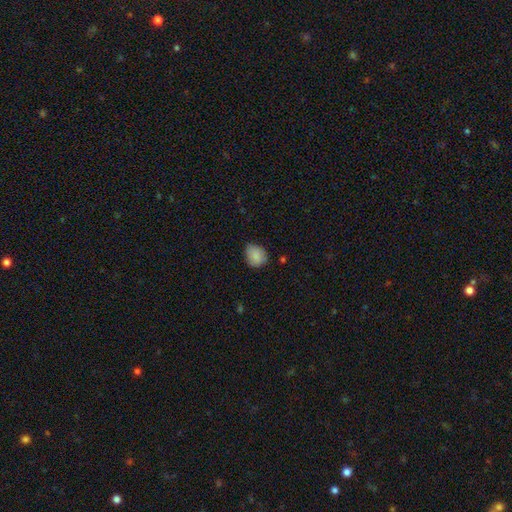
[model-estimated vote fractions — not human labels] A smooth galaxy with no disk features (85%) that is round (62%).

Vote fractions:
- Smooth or featured? smooth: 85% / star or artifact: 8% / featured or disk: 6%
- How rounded? round: 62% / in between: 37% / cigar-shaped: 1%
- Merging? none: 65% / minor disturbance: 29% / major disturbance: 4% / merger: 2%